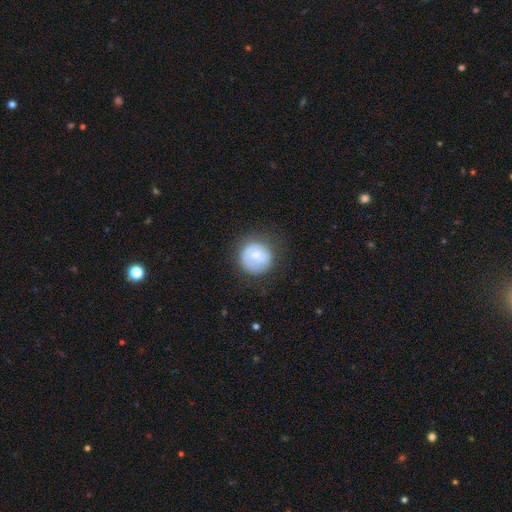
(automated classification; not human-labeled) Morphology: type=smooth (70%); roundness=round (92%); merging=none (72%).